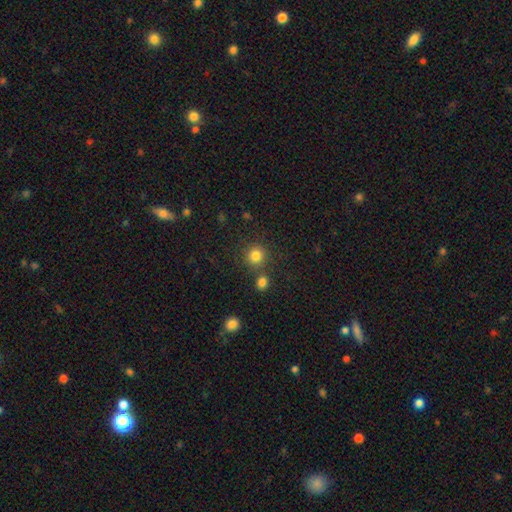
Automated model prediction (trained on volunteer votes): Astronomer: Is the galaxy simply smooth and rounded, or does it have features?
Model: smooth — 82%.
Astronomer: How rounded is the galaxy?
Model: round — 91%.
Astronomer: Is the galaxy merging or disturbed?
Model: none — 77%.